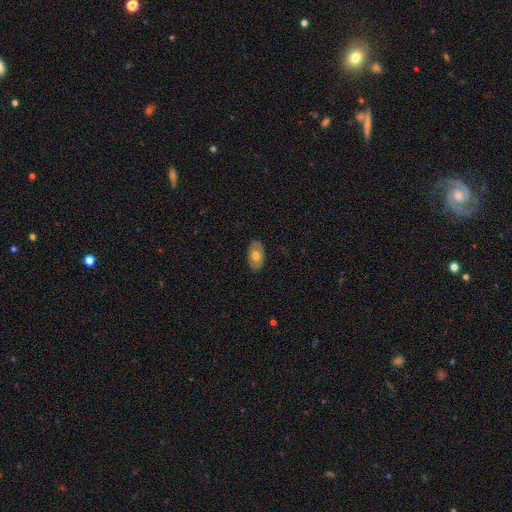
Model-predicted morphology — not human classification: smooth-or-featured: smooth: 62% | featured or disk: 31% | star or artifact: 6%
  how-rounded: in between: 92% | round: 6% | cigar-shaped: 2%
  merging: none: 87% | minor disturbance: 10% | major disturbance: 2% | merger: 1%